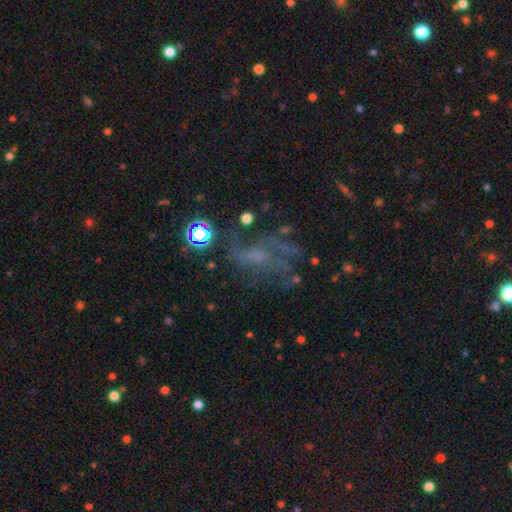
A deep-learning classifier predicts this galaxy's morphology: This is possibly a featured or disk galaxy (55%). It is clearly not viewed edge-on (95%). Bar: likely no (71%). Spiral arm pattern: possibly yes (56%). Central bulge: possibly none (47%). Merging: possibly none (47%).